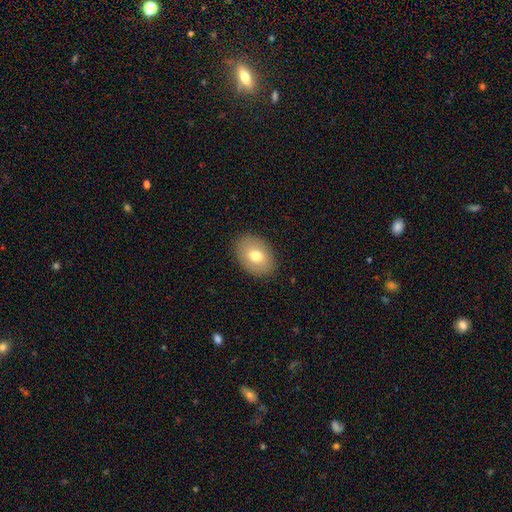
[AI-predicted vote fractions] Morphology: type=smooth (72%); roundness=in between (77%); merging=none (88%).